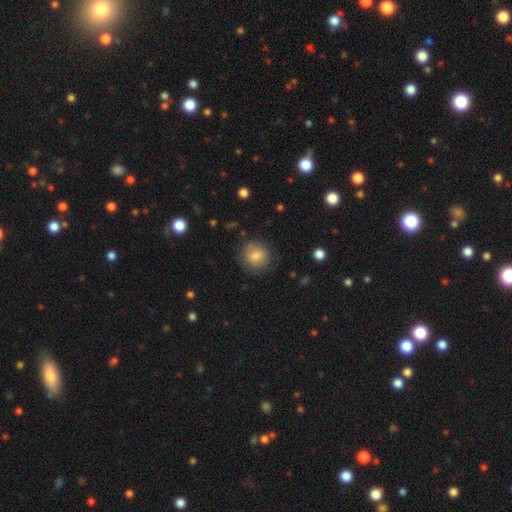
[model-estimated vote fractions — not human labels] A smooth galaxy with no disk features (78%) that is round (89%).

Vote fractions:
- Smooth or featured? smooth: 78% / featured or disk: 12% / star or artifact: 10%
- How rounded? round: 89% / in between: 10% / cigar-shaped: 1%
- Merging? none: 85% / minor disturbance: 11% / major disturbance: 3% / merger: 1%